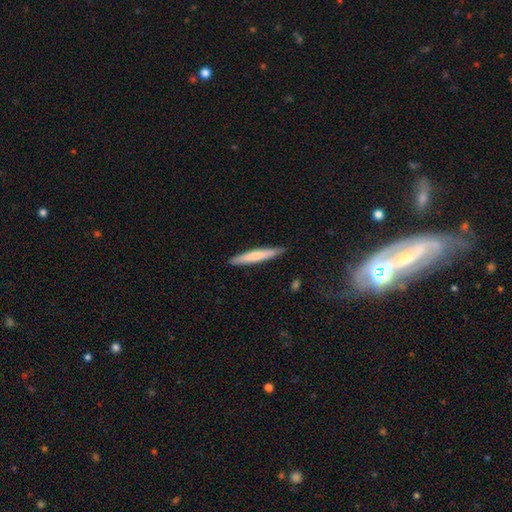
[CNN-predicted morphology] smooth-or-featured: smooth: 65% | featured or disk: 29% | star or artifact: 5%
  how-rounded: cigar-shaped: 94% | in between: 5% | round: 1%
  merging: none: 89% | minor disturbance: 9% | major disturbance: 1% | merger: 1%